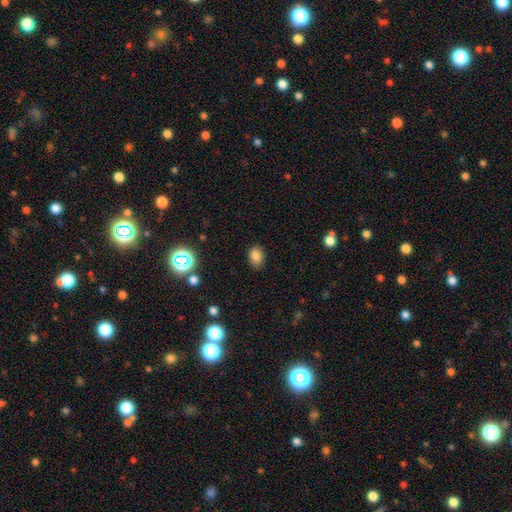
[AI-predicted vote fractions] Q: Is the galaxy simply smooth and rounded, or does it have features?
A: smooth — 82%.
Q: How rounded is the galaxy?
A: in between — 72%.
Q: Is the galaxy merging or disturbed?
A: none — 84%.